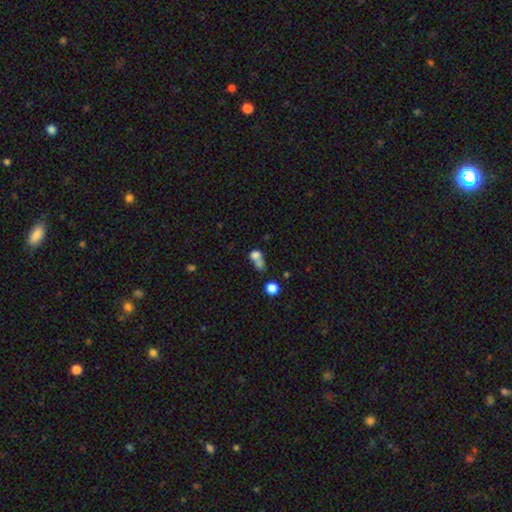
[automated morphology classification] Q: Smooth or featured?
A: smooth (73%); runner-up: featured or disk (14%)
Q: How rounded?
A: round (60%); runner-up: in between (38%)
Q: Merging?
A: merger (61%); runner-up: none (25%)